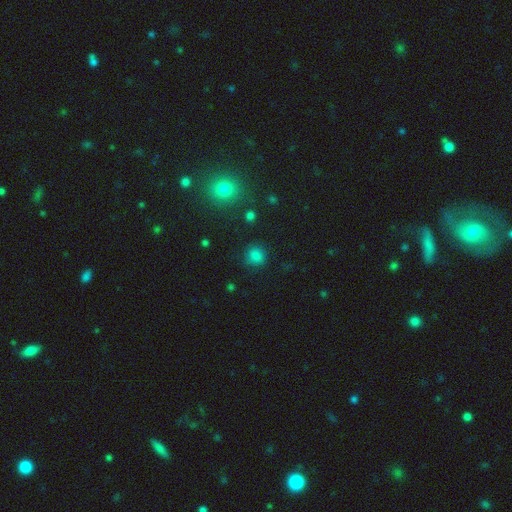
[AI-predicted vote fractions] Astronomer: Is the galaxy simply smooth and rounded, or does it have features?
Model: smooth — 79%.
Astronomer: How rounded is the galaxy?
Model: round — 84%.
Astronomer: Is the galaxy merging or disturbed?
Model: none — 82%.